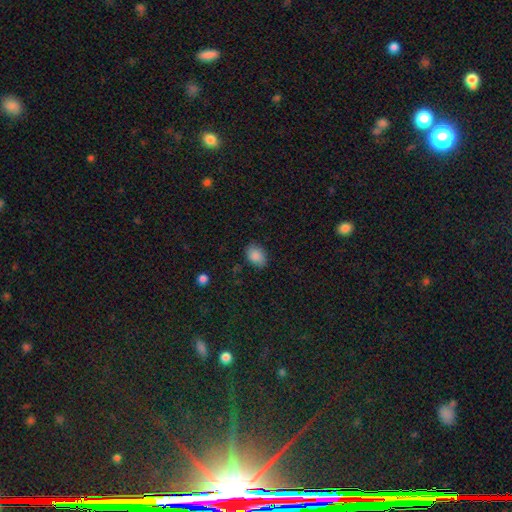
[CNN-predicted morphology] Smooth or featured: smooth — 87% (star or artifact — 8%)
How rounded: in between — 77% (round — 21%)
Merging: none — 79% (minor disturbance — 16%)